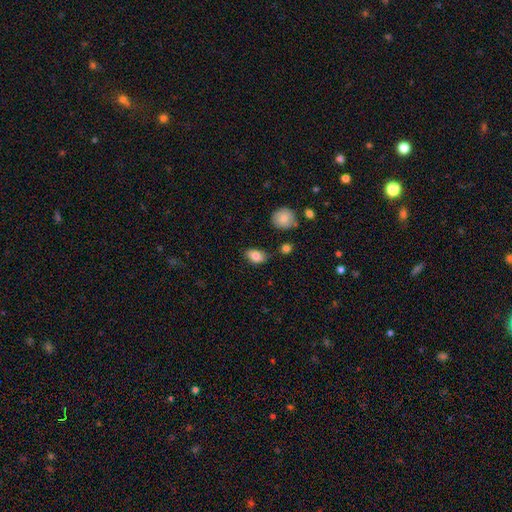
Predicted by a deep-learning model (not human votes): smooth_or_featured: smooth (p=0.82) [alt: featured or disk p=0.10]
how_rounded: in between (p=0.87) [alt: round p=0.11]
merging: none (p=0.74) [alt: minor disturbance p=0.18]